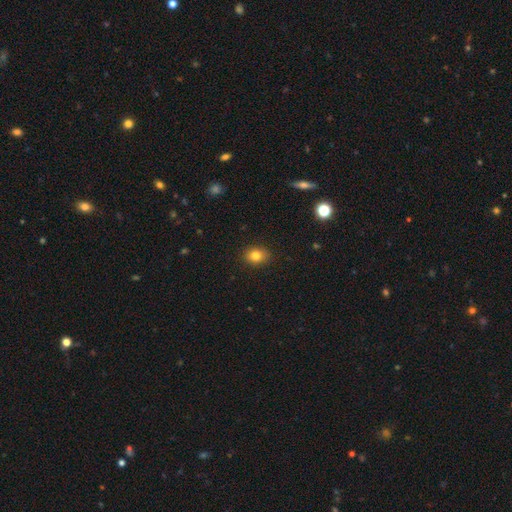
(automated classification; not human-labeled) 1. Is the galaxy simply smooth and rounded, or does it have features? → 81% smooth, 11% star or artifact, 7% featured or disk.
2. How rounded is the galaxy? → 52% in between, 47% round, 1% cigar-shaped.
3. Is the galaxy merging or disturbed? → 88% none, 9% minor disturbance, 2% major disturbance, 1% merger.